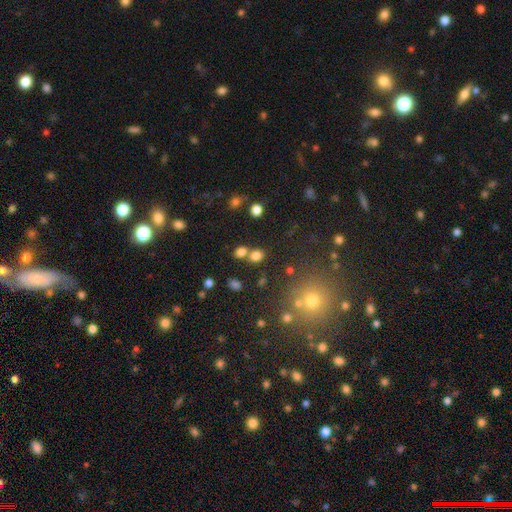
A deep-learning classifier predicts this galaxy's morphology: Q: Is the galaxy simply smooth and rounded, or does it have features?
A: smooth — 76%.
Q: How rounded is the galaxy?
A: round — 54%.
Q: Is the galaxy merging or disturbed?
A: none — 58%.